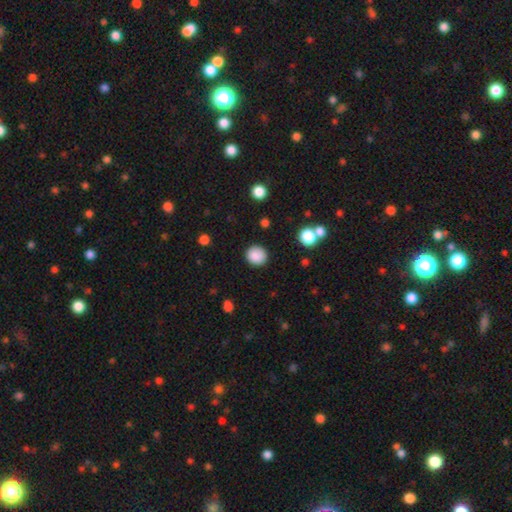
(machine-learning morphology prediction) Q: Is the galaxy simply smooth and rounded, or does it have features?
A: smooth — 86%.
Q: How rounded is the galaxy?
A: round — 88%.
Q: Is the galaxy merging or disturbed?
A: none — 88%.